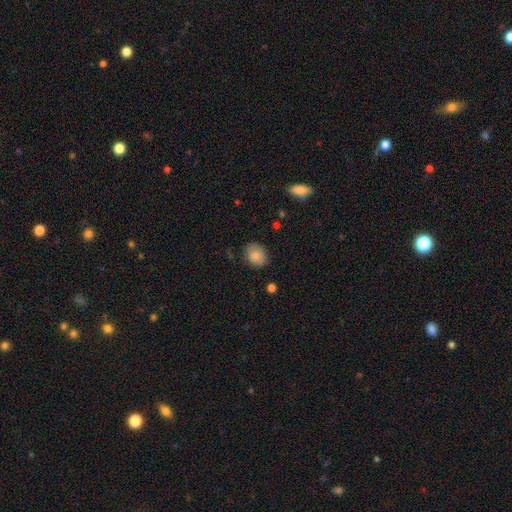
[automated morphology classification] This is clearly a smooth galaxy (84%). How rounded: possibly in between (54%). Merging: clearly none (80%).